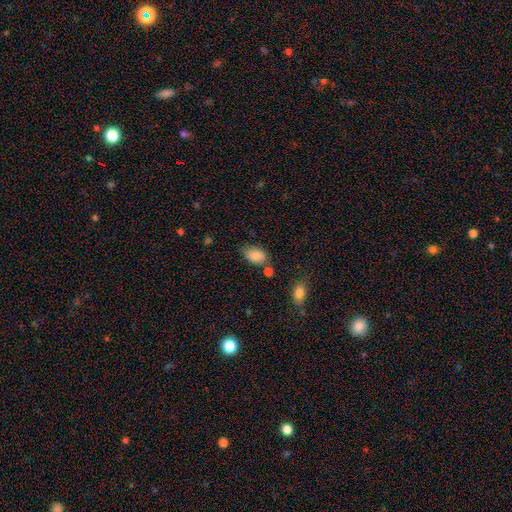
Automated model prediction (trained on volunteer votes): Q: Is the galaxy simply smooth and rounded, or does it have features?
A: smooth — 87%.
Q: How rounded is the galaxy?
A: in between — 90%.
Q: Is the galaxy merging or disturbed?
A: none — 63%.